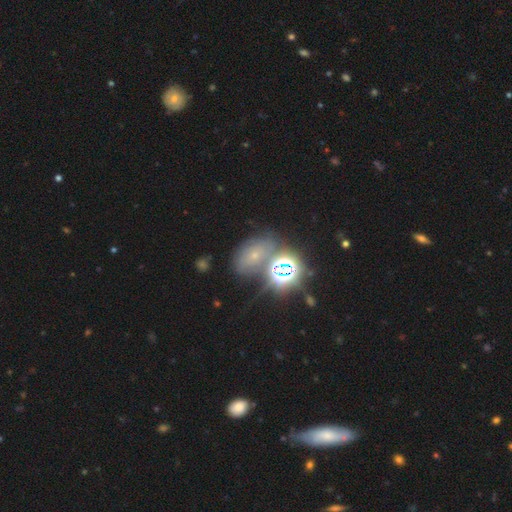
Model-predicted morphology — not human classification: Overall: star or artifact (49%; smooth 29%).